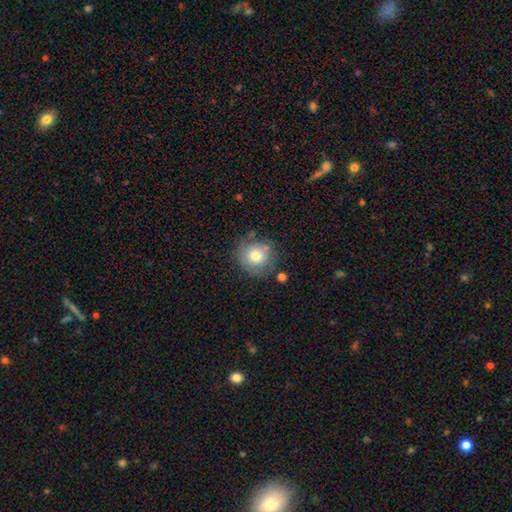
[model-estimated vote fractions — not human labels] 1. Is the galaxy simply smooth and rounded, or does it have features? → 72% smooth, 18% featured or disk, 9% star or artifact.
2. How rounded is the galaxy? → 90% round, 9% in between, 1% cigar-shaped.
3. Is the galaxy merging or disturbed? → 71% none, 17% minor disturbance, 6% major disturbance, 6% merger.